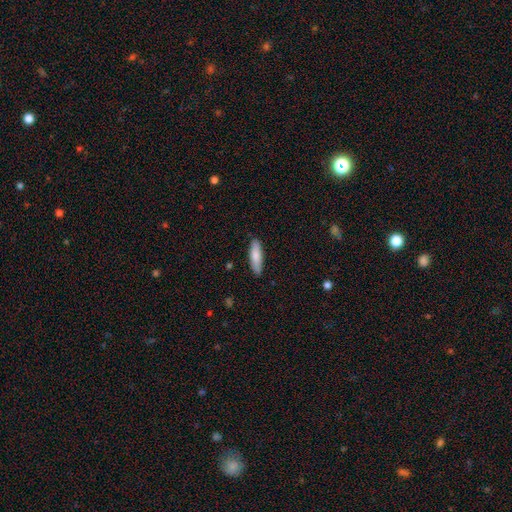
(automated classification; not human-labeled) Smooth or featured? Predicted: smooth (p=0.81). How rounded? Predicted: cigar-shaped (p=0.63). Merging? Predicted: none (p=0.88).